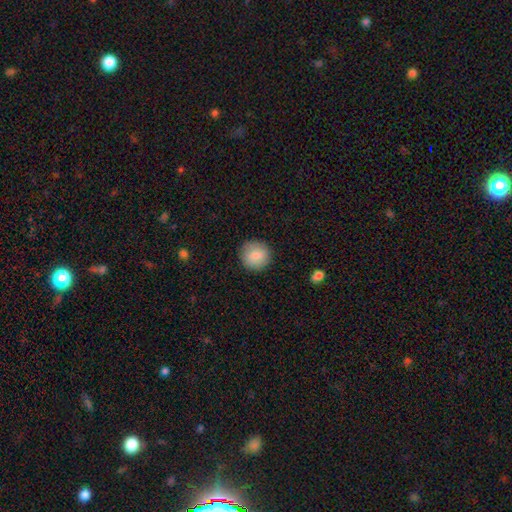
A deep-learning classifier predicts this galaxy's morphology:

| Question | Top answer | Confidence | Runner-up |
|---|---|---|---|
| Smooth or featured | smooth | 84% | featured or disk (8%) |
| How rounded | round | 92% | in between (7%) |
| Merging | none | 89% | minor disturbance (8%) |